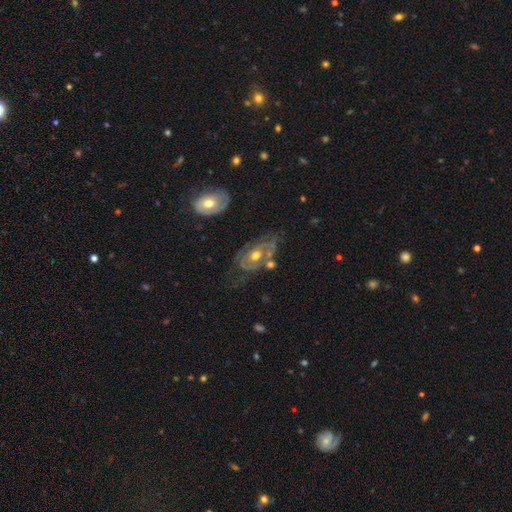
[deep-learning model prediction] Smooth or featured? Predicted: featured or disk (p=0.76). Edge-on disk? Predicted: no (p=0.94). Bar? Predicted: no (p=0.79). Spiral arms? Predicted: yes (p=0.66). Bulge size? Predicted: moderate (p=0.75). Merging? Predicted: none (p=0.45).